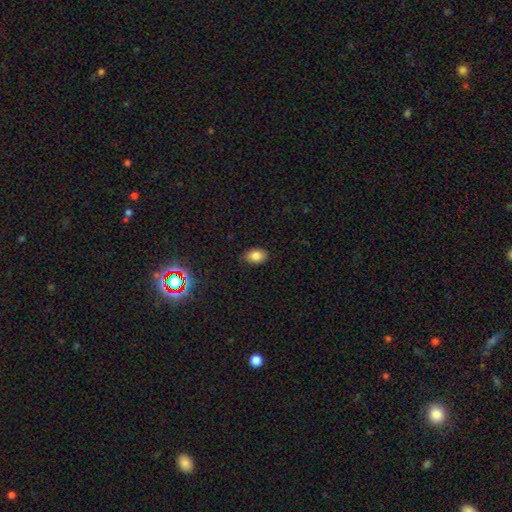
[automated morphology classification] A smooth galaxy with no disk features (83%) that is in between round and cigar-shaped (82%). Merging: none (85%).